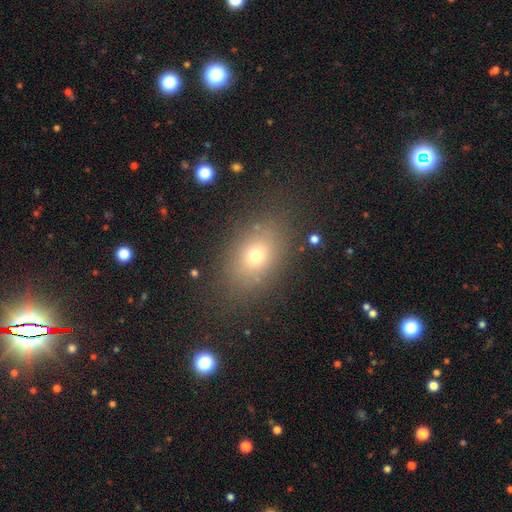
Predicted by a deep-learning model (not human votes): Overall: smooth (68%). How rounded: in between (71%). Merging: none (81%).